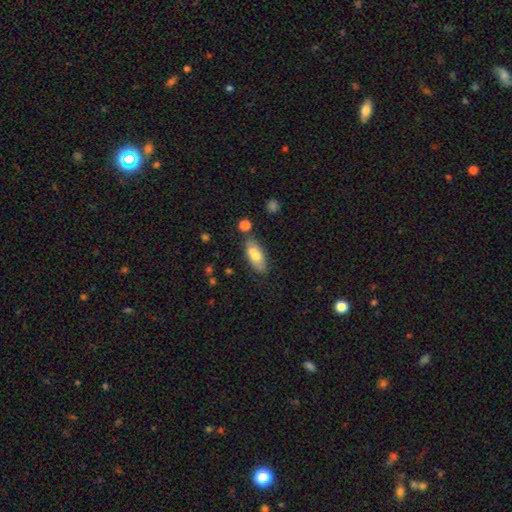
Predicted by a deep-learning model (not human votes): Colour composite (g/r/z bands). It shows a smooth galaxy with no disk features (67%) that is in between round and cigar-shaped (79%). Merging: none (59%).